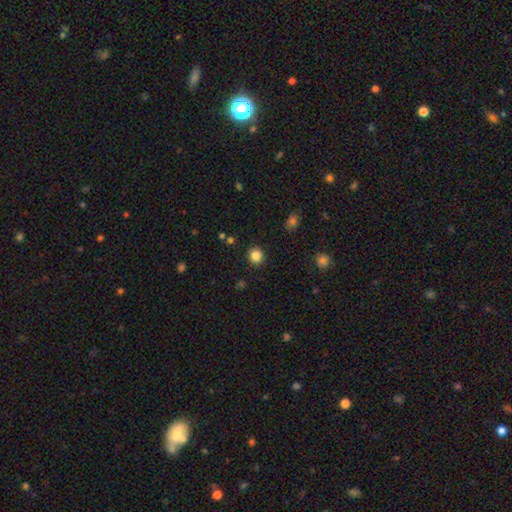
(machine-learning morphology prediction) smooth 85%, star or artifact 11%, featured or disk 4%. Down the decision tree: how rounded — round (89%); merging — none (91%).